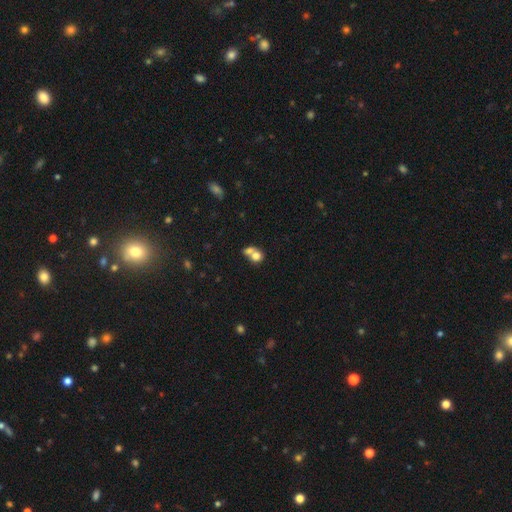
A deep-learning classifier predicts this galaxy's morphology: type=smooth (73%); roundness=round (67%); merging=merger (62%).